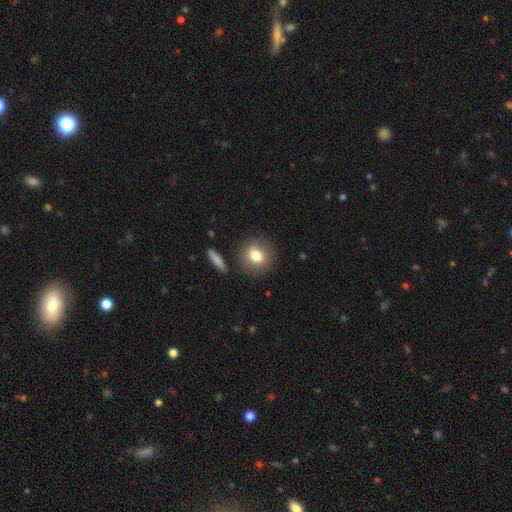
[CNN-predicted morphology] smooth 78%, featured or disk 13%, star or artifact 9%. Down the decision tree: how rounded — round (75%); merging — none (85%).